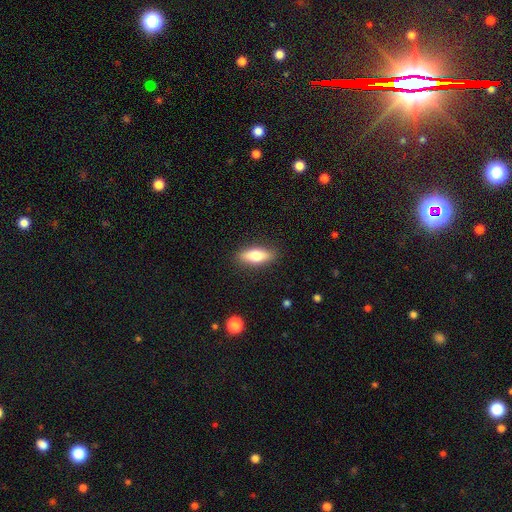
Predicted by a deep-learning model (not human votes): This is likely a smooth galaxy (70%). How rounded: likely in between (65%). Merging: clearly none (88%).